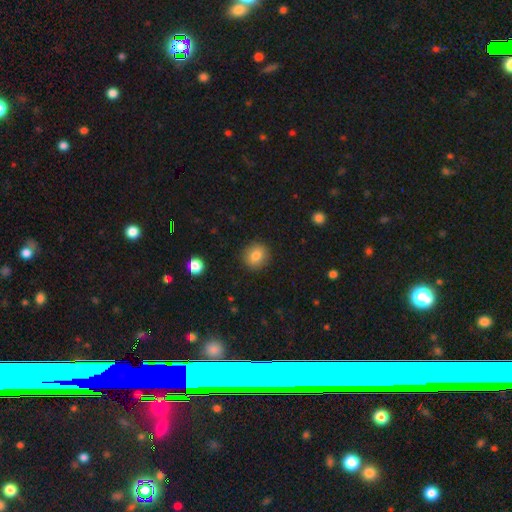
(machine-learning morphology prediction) type=smooth (82%); roundness=round (86%); merging=none (90%).